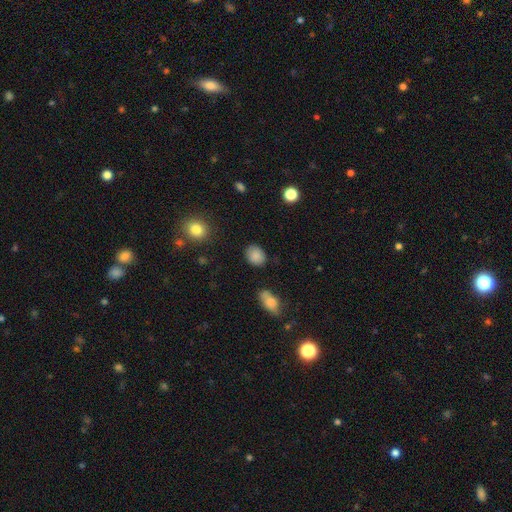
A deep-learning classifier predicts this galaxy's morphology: Smooth or featured: smooth — 86% (star or artifact — 9%)
How rounded: round — 55% (in between — 44%)
Merging: none — 82% (minor disturbance — 12%)